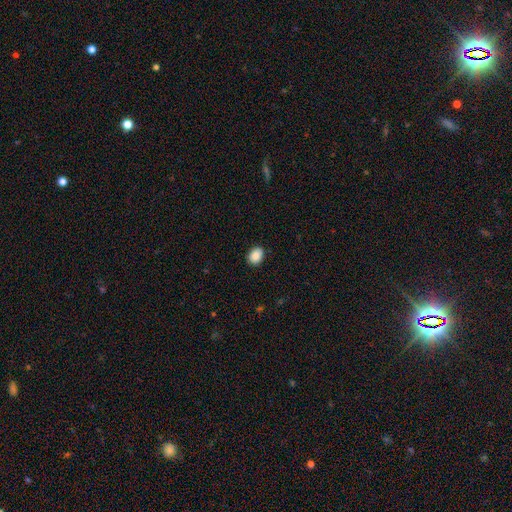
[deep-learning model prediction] This is clearly a smooth galaxy (88%). How rounded: likely in between (61%). Merging: clearly none (87%).